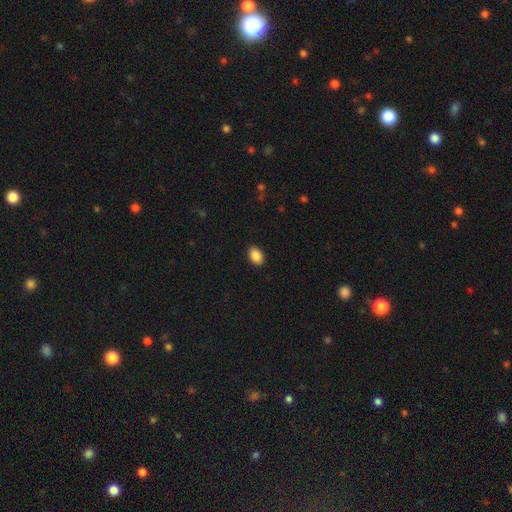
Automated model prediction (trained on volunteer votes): smooth-or-featured: smooth: 89% | star or artifact: 8% | featured or disk: 3%
  how-rounded: in between: 83% | round: 16% | cigar-shaped: 1%
  merging: none: 90% | minor disturbance: 7% | major disturbance: 2% | merger: 1%